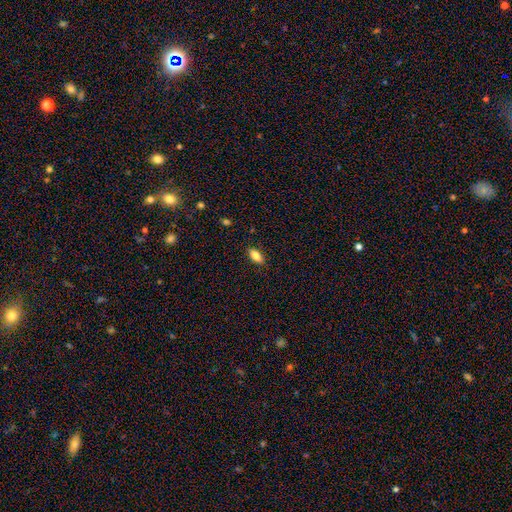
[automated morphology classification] Smooth or featured?
  - smooth: 83% *
  - featured or disk: 9%
  - star or artifact: 8%
How rounded?
  - in between: 87% *
  - cigar-shaped: 10%
  - round: 3%
Merging?
  - none: 87% *
  - minor disturbance: 9%
  - major disturbance: 2%
  - merger: 1%